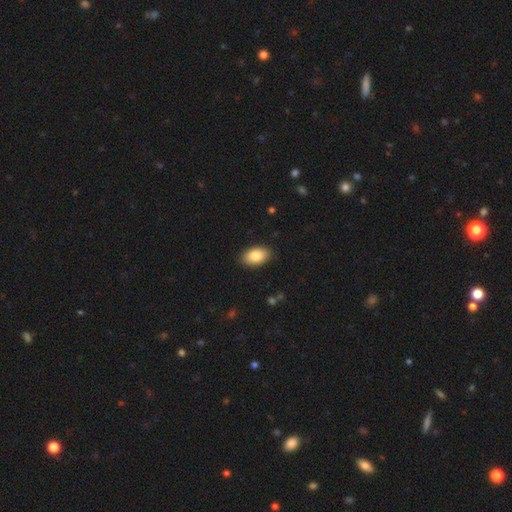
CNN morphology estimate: smooth_or_featured: smooth (p=0.85) [alt: featured or disk p=0.09]
how_rounded: in between (p=0.93) [alt: round p=0.06]
merging: none (p=0.89) [alt: minor disturbance p=0.09]